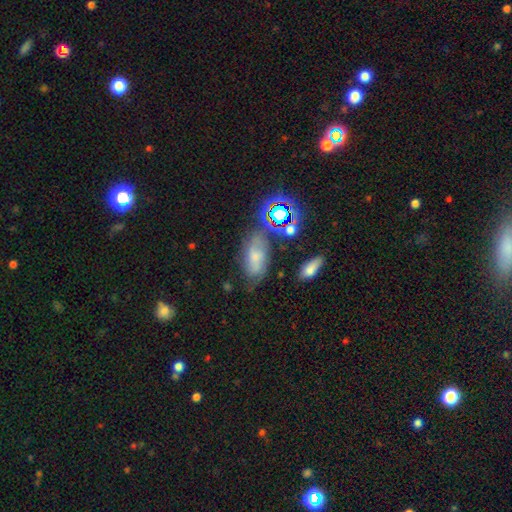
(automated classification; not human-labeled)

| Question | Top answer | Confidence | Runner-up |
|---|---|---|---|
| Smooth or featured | featured or disk | 38% | smooth (36%) |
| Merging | none | 57% | minor disturbance (24%) |